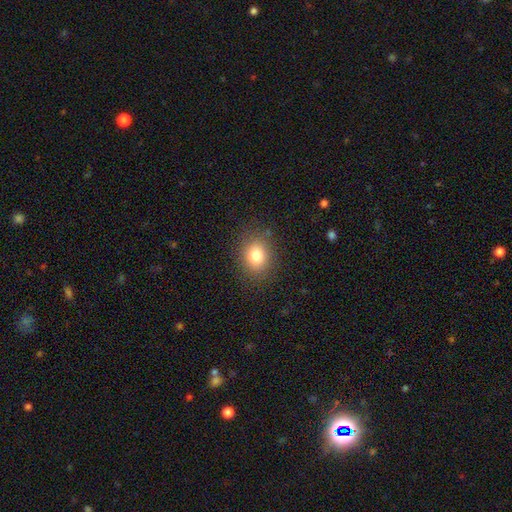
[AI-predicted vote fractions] Smooth or featured?
  - smooth: 81% *
  - star or artifact: 11%
  - featured or disk: 8%
How rounded?
  - in between: 51% *
  - round: 48%
  - cigar-shaped: 1%
Merging?
  - none: 85% *
  - minor disturbance: 11%
  - major disturbance: 4%
  - merger: 1%